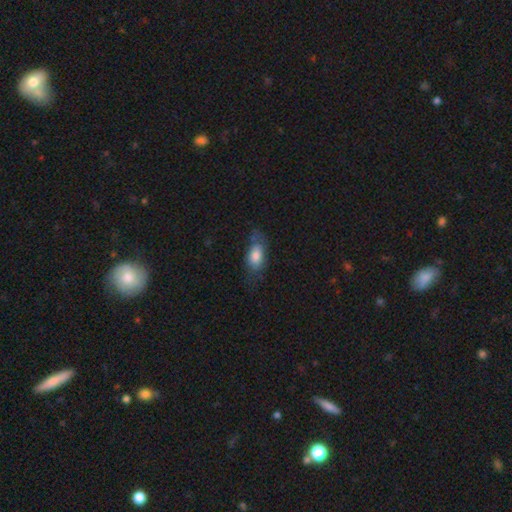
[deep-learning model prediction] smooth_or_featured: smooth (p=0.71) [alt: featured or disk p=0.21]
how_rounded: in between (p=0.87) [alt: cigar-shaped p=0.07]
merging: none (p=0.53) [alt: minor disturbance p=0.28]